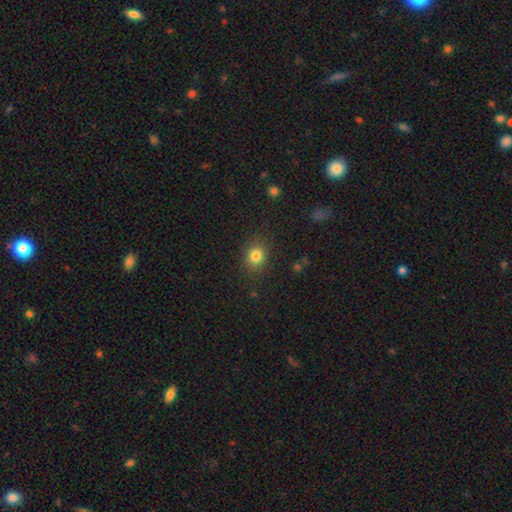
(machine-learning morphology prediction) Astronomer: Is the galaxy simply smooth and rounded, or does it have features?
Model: smooth — 82%.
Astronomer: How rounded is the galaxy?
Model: round — 63%.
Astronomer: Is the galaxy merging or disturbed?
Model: none — 86%.